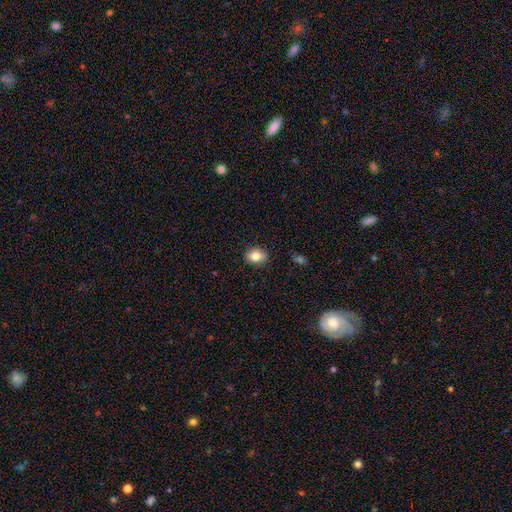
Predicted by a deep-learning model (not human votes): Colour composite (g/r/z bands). It shows a smooth galaxy with no disk features (82%) that is in between round and cigar-shaped (57%). Merging: none (88%).